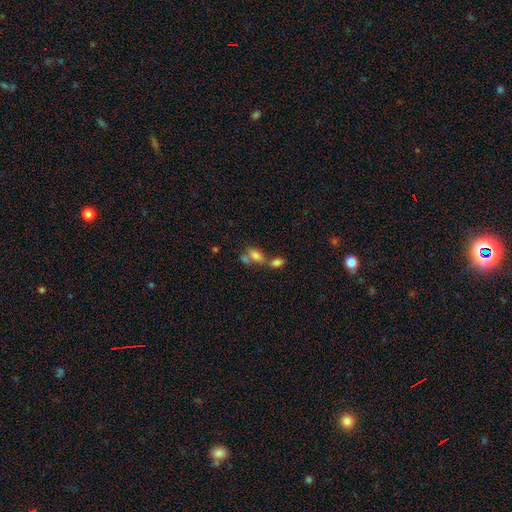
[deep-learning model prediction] Overall: smooth (75%). How rounded: in between (86%). Merging: merger (49%; none 33%).